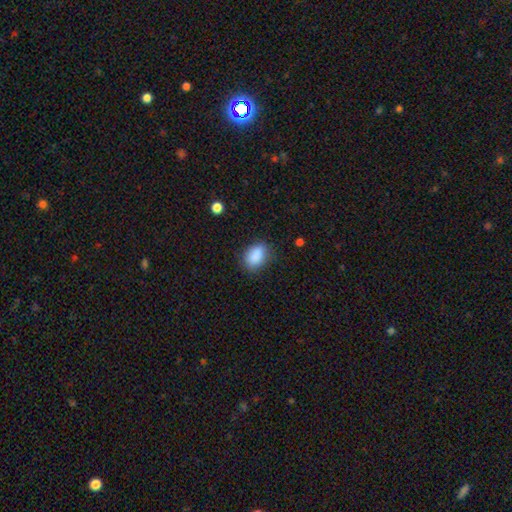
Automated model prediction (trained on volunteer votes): This is clearly a smooth galaxy (88%). How rounded: clearly in between (81%). Merging: likely none (79%).